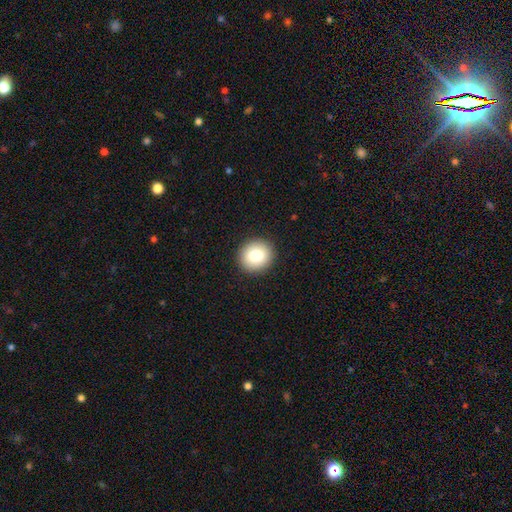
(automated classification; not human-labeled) A smooth galaxy with no disk features (82%) that is round (85%). Merging: none (92%).